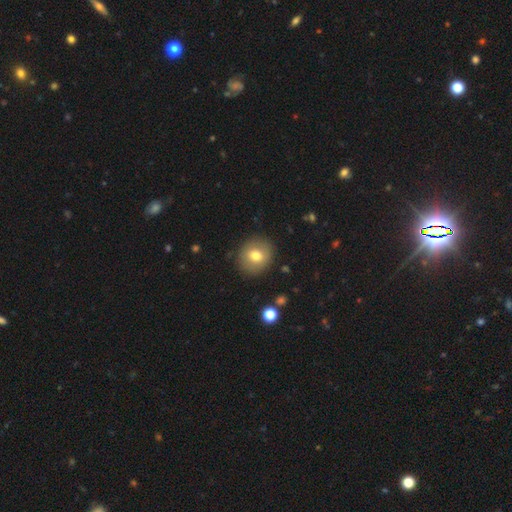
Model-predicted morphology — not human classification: Smooth or featured? smooth (74%)
How rounded? round (82%)
Merging? none (87%)